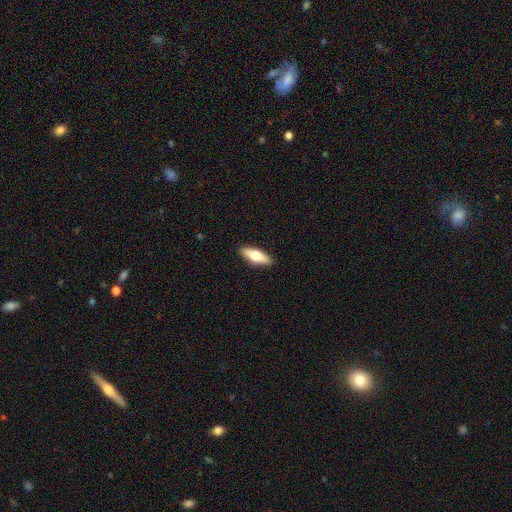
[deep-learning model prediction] smooth-or-featured: smooth: 58% | featured or disk: 36% | star or artifact: 6%
  how-rounded: in between: 56% | cigar-shaped: 41% | round: 3%
  merging: none: 90% | minor disturbance: 7% | major disturbance: 2% | merger: 1%